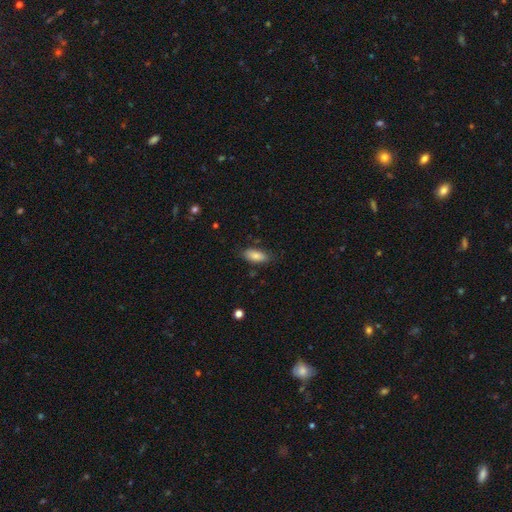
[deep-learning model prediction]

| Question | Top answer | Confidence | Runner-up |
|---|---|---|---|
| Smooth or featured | smooth | 84% | featured or disk (9%) |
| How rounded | in between | 85% | cigar-shaped (13%) |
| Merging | none | 80% | minor disturbance (15%) |